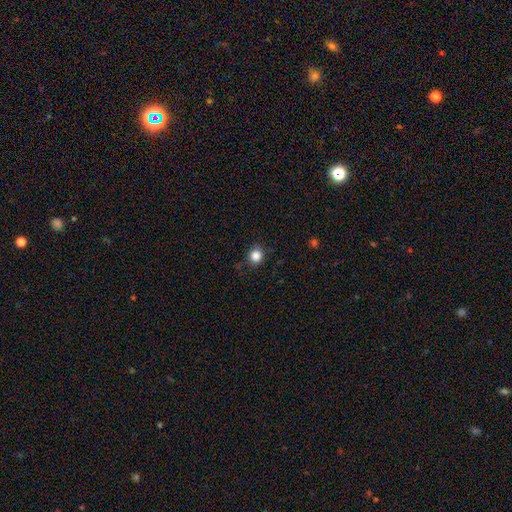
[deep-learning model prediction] A smooth galaxy with no disk features (84%) that is round (82%). Merging: none (85%).